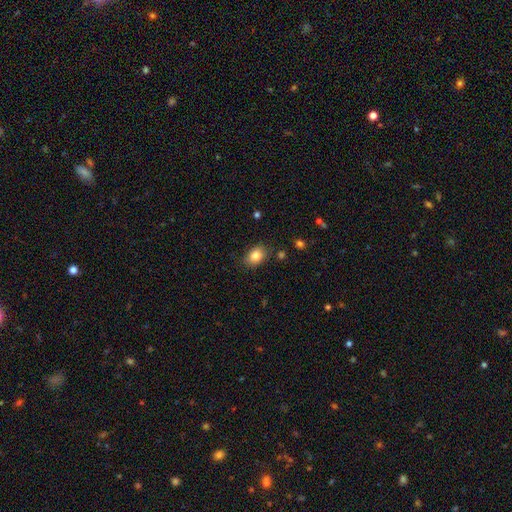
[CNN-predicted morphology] smooth 83%, star or artifact 9%, featured or disk 8%. Down the decision tree: how rounded — in between (76%); merging — none (83%).